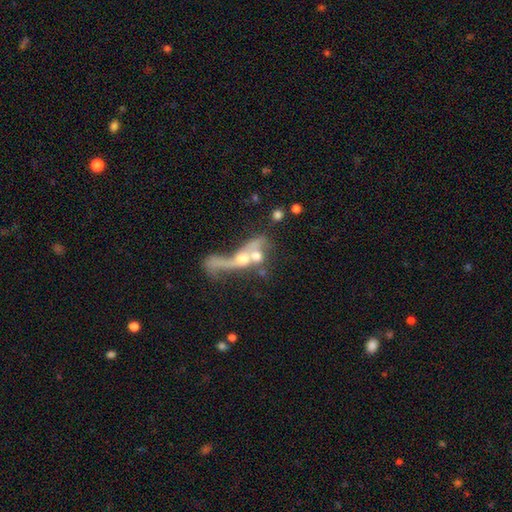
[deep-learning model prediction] Smooth or featured? Predicted: featured or disk (p=0.50). Edge-on disk? Predicted: no (p=0.65). Merging? Predicted: merger (p=0.61).